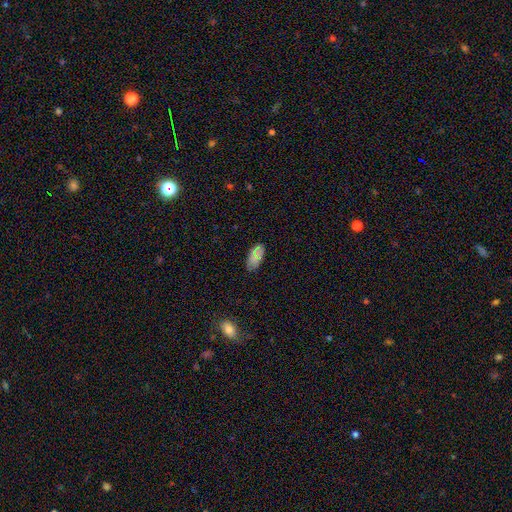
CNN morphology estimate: Q: Smooth or featured?
A: smooth (68%); runner-up: star or artifact (18%)
Q: How rounded?
A: in between (93%); runner-up: cigar-shaped (4%)
Q: Merging?
A: none (80%); runner-up: minor disturbance (15%)